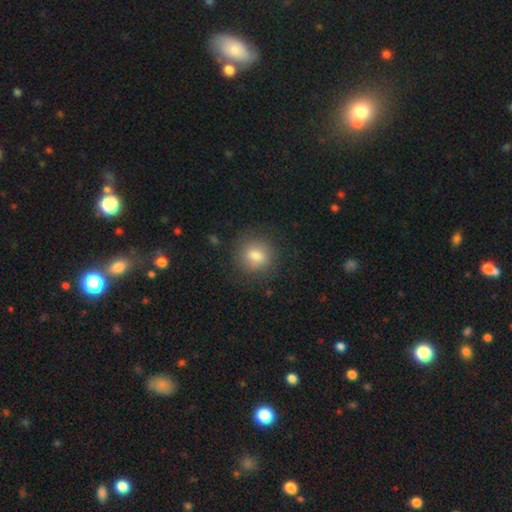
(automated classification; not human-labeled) A smooth galaxy with no disk features (79%) that is round (81%). Merging: none (86%).